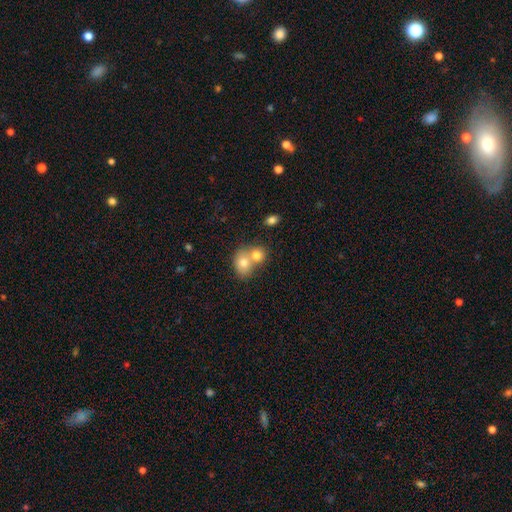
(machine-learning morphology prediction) This appears to be a smooth galaxy with no disk features (66%) that is round (62%). Merging: merger (59%).